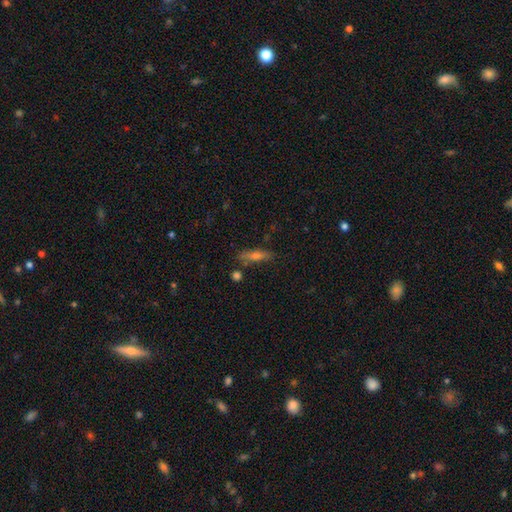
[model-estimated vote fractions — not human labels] smooth_or_featured: smooth (p=0.45) [alt: featured or disk p=0.44]
merging: none (p=0.78) [alt: minor disturbance p=0.13]